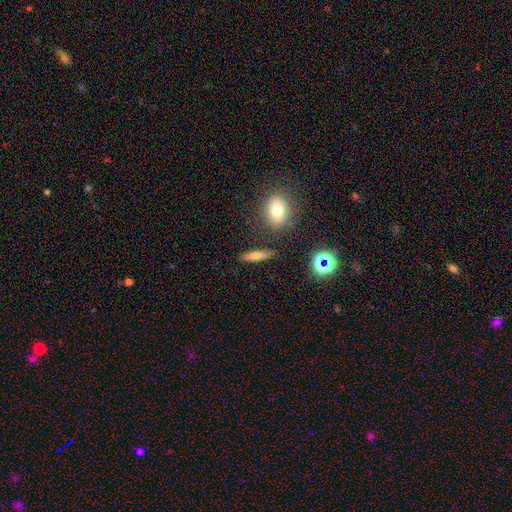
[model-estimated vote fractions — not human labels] Smooth or featured?
  - smooth: 66% *
  - featured or disk: 21%
  - star or artifact: 13%
How rounded?
  - cigar-shaped: 69% *
  - in between: 25%
  - round: 6%
Merging?
  - none: 84% *
  - minor disturbance: 10%
  - merger: 4%
  - major disturbance: 3%